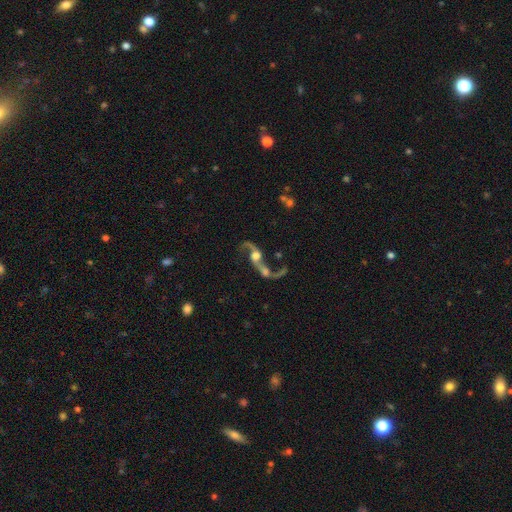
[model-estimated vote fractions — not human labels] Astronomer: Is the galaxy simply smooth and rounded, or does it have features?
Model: featured or disk — 83%.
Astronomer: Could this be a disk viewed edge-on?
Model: no — 92%.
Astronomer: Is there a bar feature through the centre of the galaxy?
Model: no — 60%.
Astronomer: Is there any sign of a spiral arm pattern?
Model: yes — 89%.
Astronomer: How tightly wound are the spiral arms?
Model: loose — 89%.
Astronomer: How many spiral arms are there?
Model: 2 — 88%.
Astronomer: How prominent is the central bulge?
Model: moderate — 49% (runner-up: large, 26%).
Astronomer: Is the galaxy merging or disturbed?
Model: merger — 40% (runner-up: none, 34%).